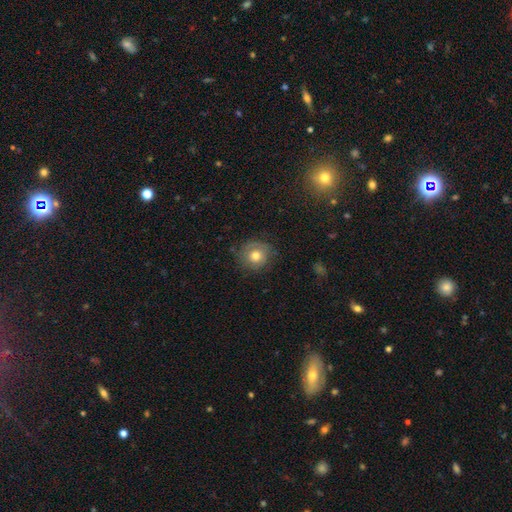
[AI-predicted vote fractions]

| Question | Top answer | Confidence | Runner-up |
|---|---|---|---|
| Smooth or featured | smooth | 57% | featured or disk (33%) |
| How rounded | round | 88% | in between (11%) |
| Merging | none | 74% | minor disturbance (18%) |